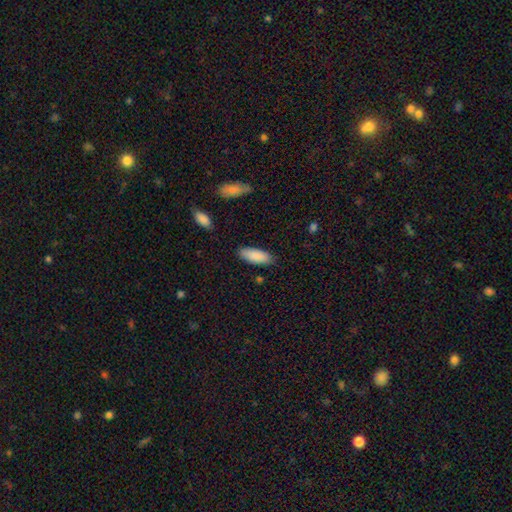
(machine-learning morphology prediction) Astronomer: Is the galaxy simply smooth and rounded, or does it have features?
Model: smooth — 89%.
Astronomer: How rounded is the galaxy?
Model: in between — 77%.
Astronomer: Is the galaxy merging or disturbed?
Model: none — 84%.